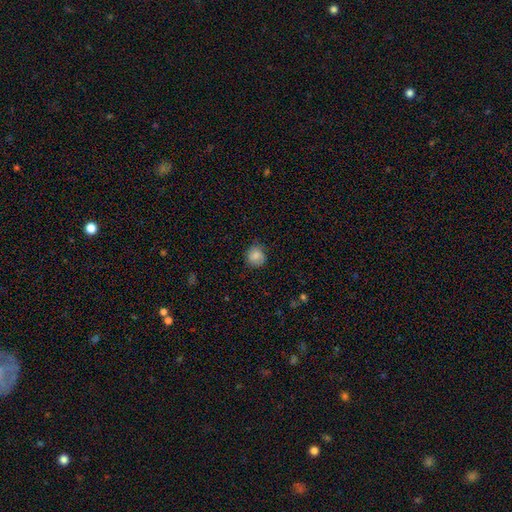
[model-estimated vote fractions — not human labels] Smooth or featured?
  - smooth: 84% *
  - star or artifact: 9%
  - featured or disk: 8%
How rounded?
  - round: 87% *
  - in between: 12%
  - cigar-shaped: 1%
Merging?
  - none: 80% *
  - minor disturbance: 15%
  - major disturbance: 3%
  - merger: 1%